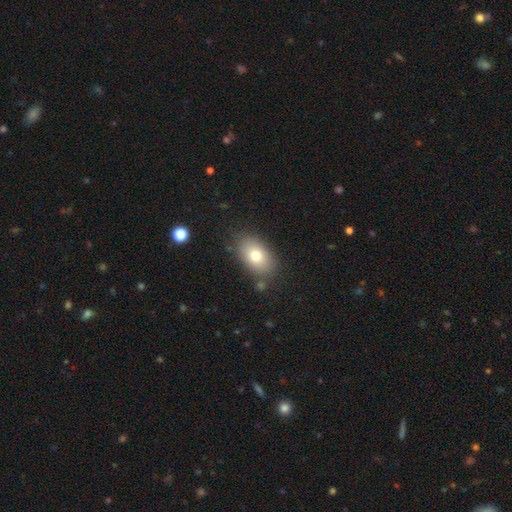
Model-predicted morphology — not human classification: This is likely a smooth galaxy (77%). How rounded: clearly in between (87%). Merging: likely none (80%).